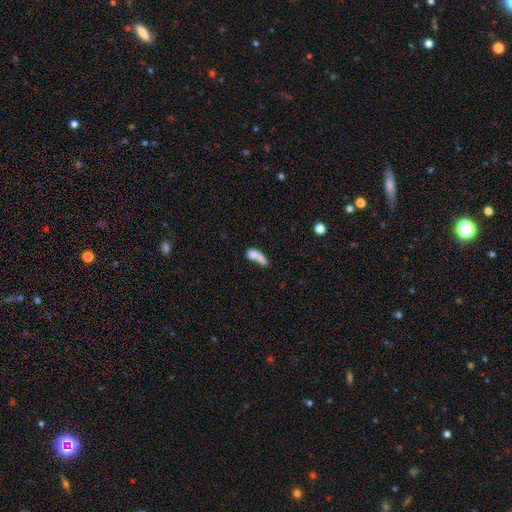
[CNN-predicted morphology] Q: Smooth or featured?
A: smooth (67%); runner-up: featured or disk (24%)
Q: How rounded?
A: in between (61%); runner-up: cigar-shaped (30%)
Q: Merging?
A: merger (45%); runner-up: none (24%)